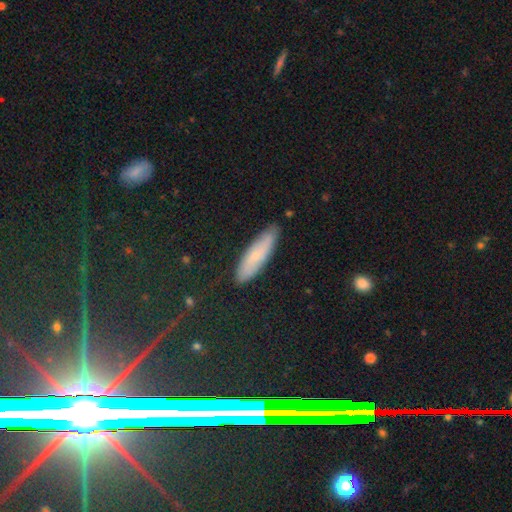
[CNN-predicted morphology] Smooth or featured? Predicted: smooth (p=0.64). How rounded? Predicted: cigar-shaped (p=0.68). Merging? Predicted: none (p=0.85).